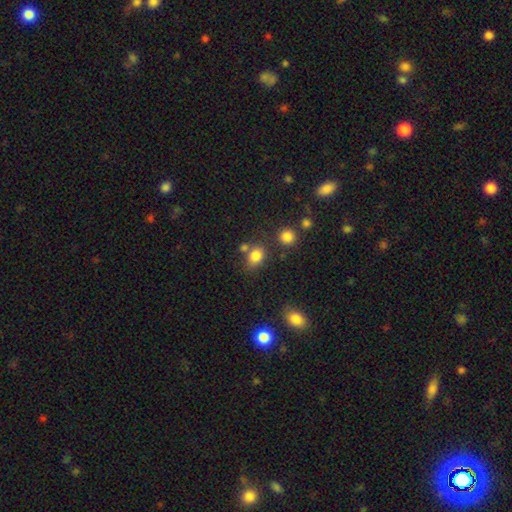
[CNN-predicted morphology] A smooth galaxy with no disk features (80%) that is in between round and cigar-shaped (56%).

Vote fractions:
- Smooth or featured? smooth: 80% / star or artifact: 13% / featured or disk: 7%
- How rounded? in between: 56% / round: 43% / cigar-shaped: 1%
- Merging? none: 64% / merger: 16% / minor disturbance: 14% / major disturbance: 5%